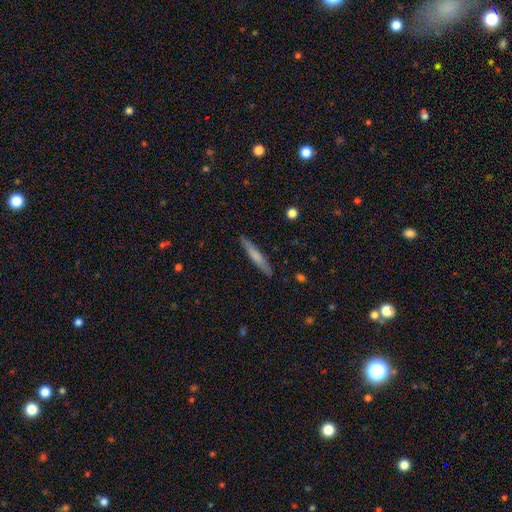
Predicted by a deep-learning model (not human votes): smooth 64%, featured or disk 31%, star or artifact 5%. Down the decision tree: how rounded — cigar-shaped (95%); merging — none (89%).